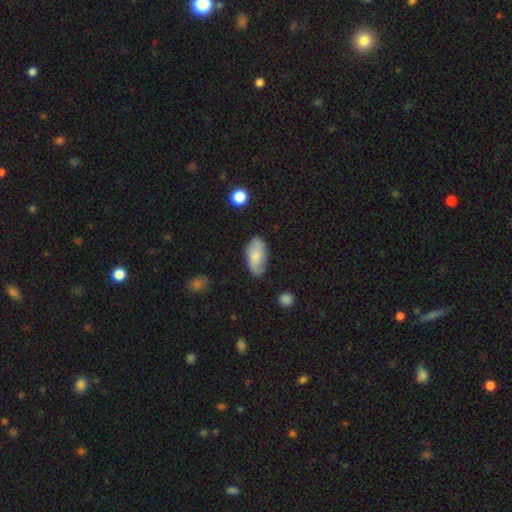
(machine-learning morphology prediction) This is likely a smooth galaxy (70%). How rounded: clearly in between (94%). Merging: likely none (77%).